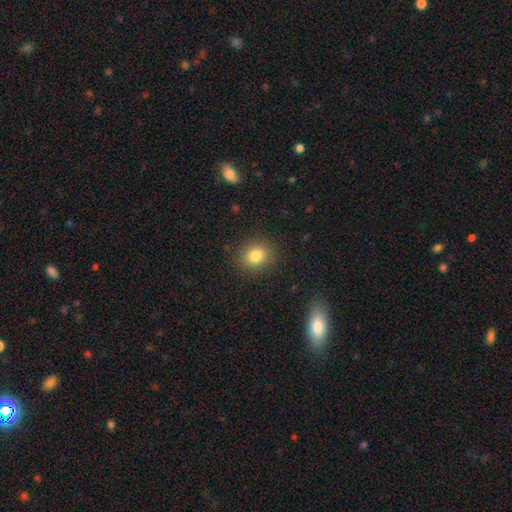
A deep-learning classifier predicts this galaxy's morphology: Q: Smooth or featured?
A: smooth (82%); runner-up: star or artifact (12%)
Q: How rounded?
A: round (70%); runner-up: in between (29%)
Q: Merging?
A: none (88%); runner-up: minor disturbance (8%)